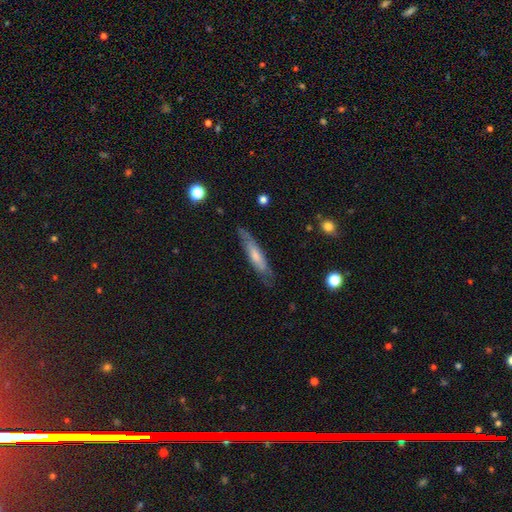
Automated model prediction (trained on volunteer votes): Overall: smooth (53%; featured or disk 41%). How rounded: cigar-shaped (80%). Merging: none (74%).